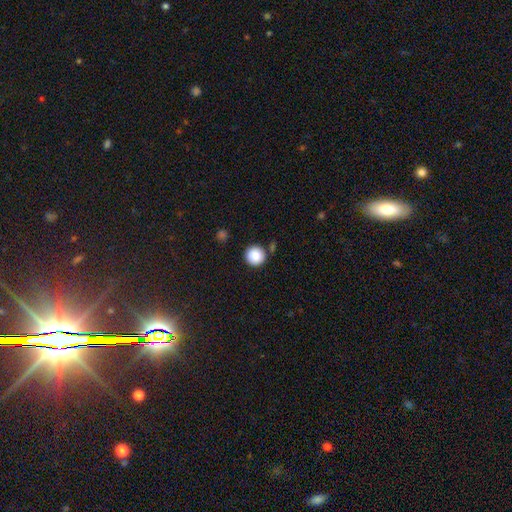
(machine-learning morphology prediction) Q: Smooth or featured?
A: smooth (87%); runner-up: star or artifact (9%)
Q: How rounded?
A: round (96%); runner-up: in between (3%)
Q: Merging?
A: none (87%); runner-up: minor disturbance (7%)